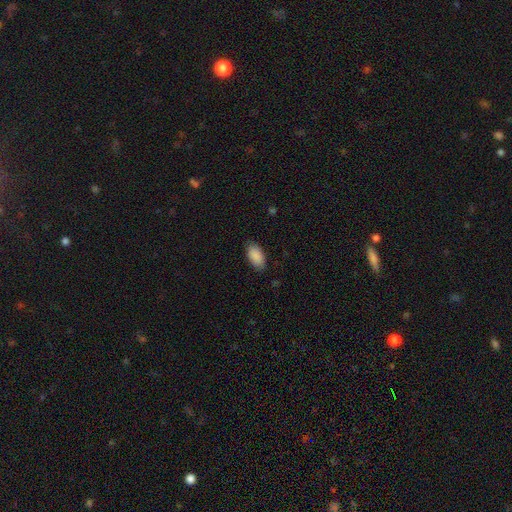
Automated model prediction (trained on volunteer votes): smooth 90%, star or artifact 6%, featured or disk 4%. Down the decision tree: how rounded — in between (94%); merging — none (85%).